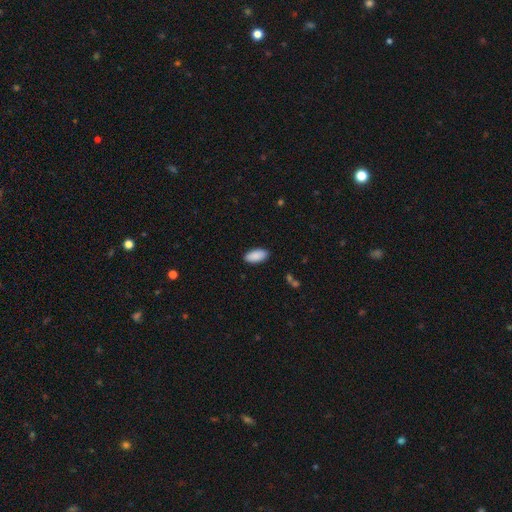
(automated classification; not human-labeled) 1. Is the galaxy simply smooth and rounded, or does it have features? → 91% smooth, 6% star or artifact, 3% featured or disk.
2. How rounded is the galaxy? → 93% in between, 5% cigar-shaped, 2% round.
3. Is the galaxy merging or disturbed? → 89% none, 8% minor disturbance, 2% major disturbance, 1% merger.